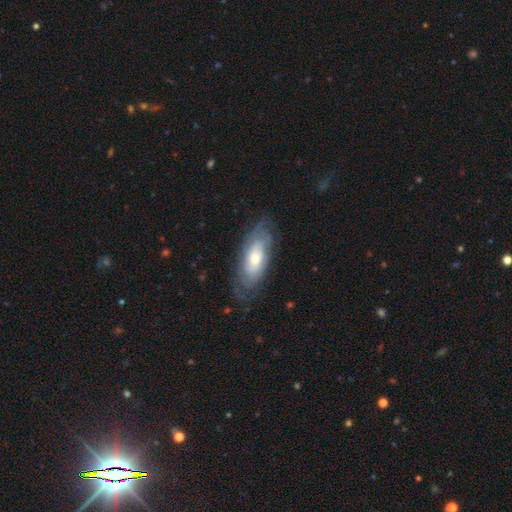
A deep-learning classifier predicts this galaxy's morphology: A featured or disk galaxy (56%).

Vote fractions:
- Smooth or featured? featured or disk: 56% / smooth: 36% / star or artifact: 7%
- Edge-on disk? no: 82% / yes: 18%
- Merging? none: 76% / minor disturbance: 17% / major disturbance: 6% / merger: 1%